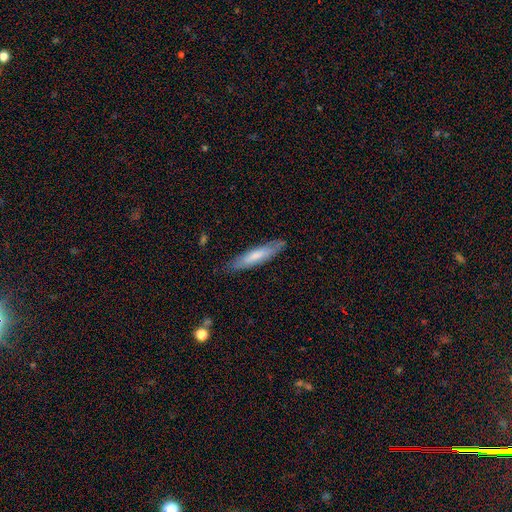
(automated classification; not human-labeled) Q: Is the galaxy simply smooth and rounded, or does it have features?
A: smooth — 65%.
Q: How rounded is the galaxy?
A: cigar-shaped — 82%.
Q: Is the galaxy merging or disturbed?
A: none — 83%.